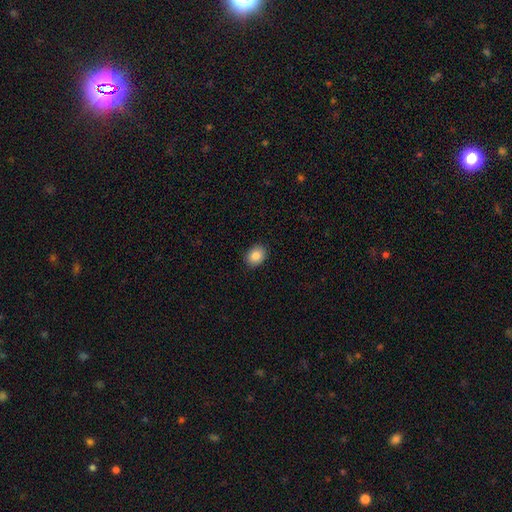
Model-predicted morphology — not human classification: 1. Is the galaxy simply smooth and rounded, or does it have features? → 85% smooth, 8% star or artifact, 7% featured or disk.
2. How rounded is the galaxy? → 56% in between, 43% round, 1% cigar-shaped.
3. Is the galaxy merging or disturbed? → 90% none, 7% minor disturbance, 2% major disturbance, 1% merger.